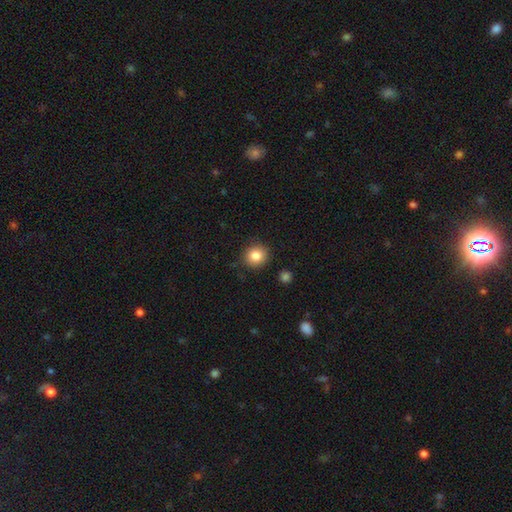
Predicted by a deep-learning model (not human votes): This is clearly a smooth galaxy (84%). How rounded: clearly round (86%). Merging: clearly none (87%).